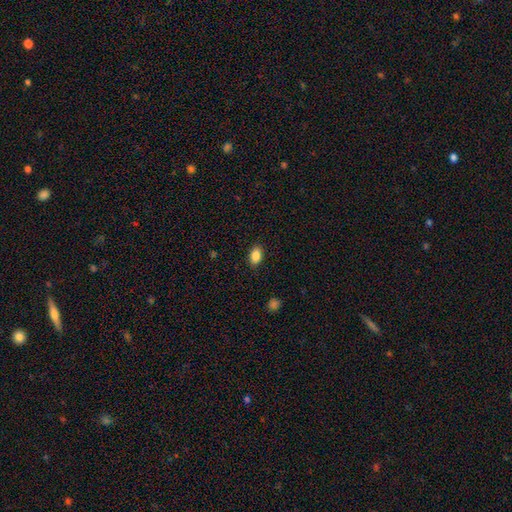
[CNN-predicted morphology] Overall: smooth (87%). How rounded: in between (89%). Merging: none (88%).